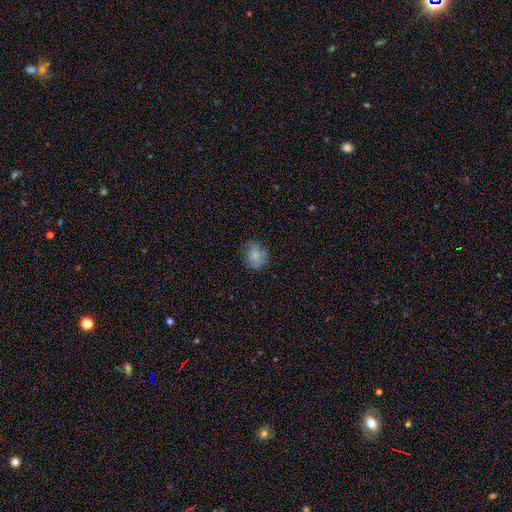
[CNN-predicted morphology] Smooth or featured? Predicted: smooth (p=0.81). How rounded? Predicted: round (p=0.69). Merging? Predicted: none (p=0.75).